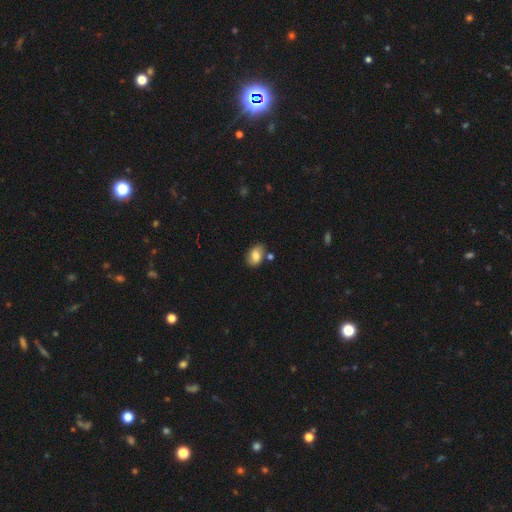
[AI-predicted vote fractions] This appears to be a smooth galaxy with no disk features (73%) that is in between round and cigar-shaped (81%). Merging: none (68%).